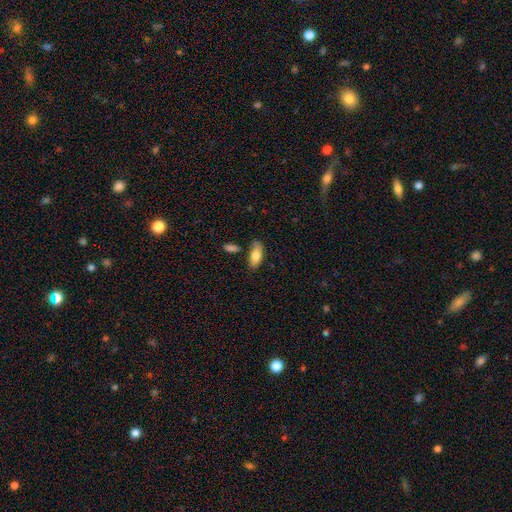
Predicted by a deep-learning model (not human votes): Overall: smooth (81%). How rounded: in between (84%). Merging: none (68%).